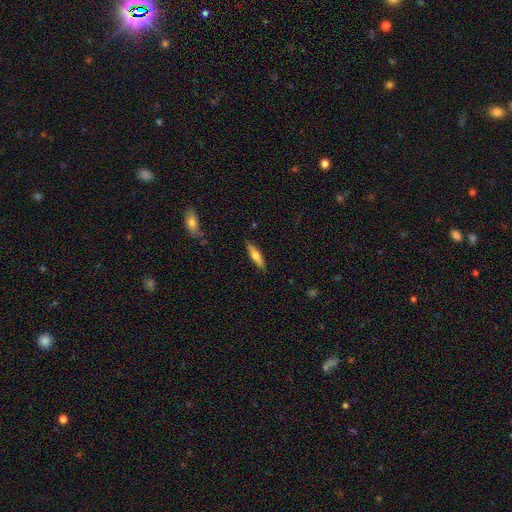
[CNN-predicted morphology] smooth 60%, featured or disk 34%, star or artifact 6%. Down the decision tree: how rounded — cigar-shaped (70%); merging — none (86%).